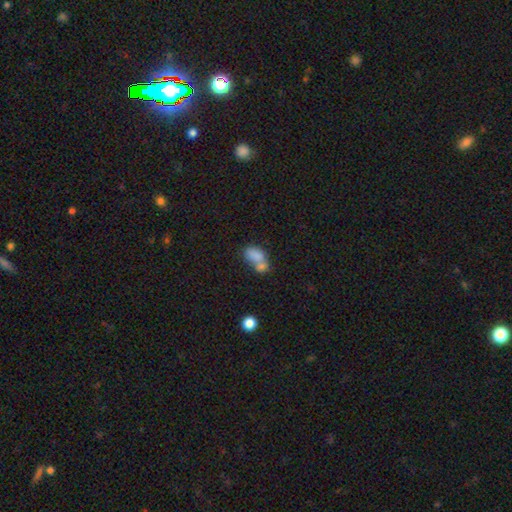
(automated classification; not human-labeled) This is likely a smooth galaxy (77%). How rounded: clearly in between (84%). Merging: possibly merger (60%).